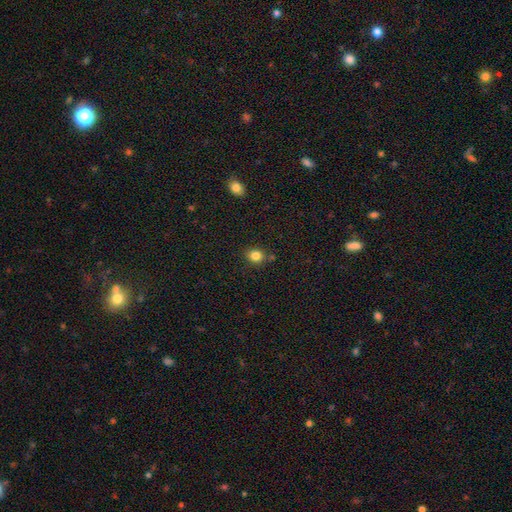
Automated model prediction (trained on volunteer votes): Smooth or featured? smooth (82%)
How rounded? round (72%)
Merging? none (81%)